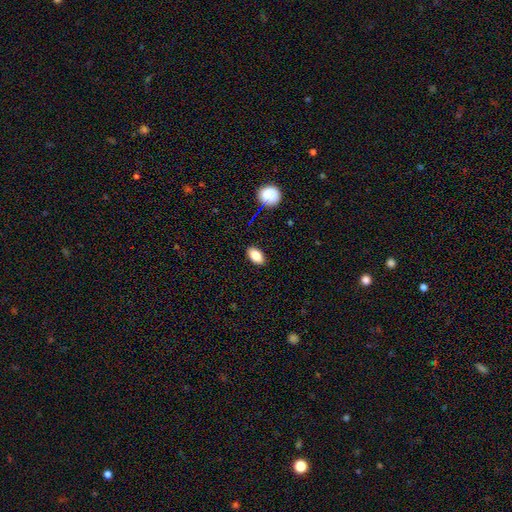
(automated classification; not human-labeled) A smooth galaxy with no disk features (85%) that is in between round and cigar-shaped (90%).

Vote fractions:
- Smooth or featured? smooth: 85% / star or artifact: 9% / featured or disk: 6%
- How rounded? in between: 90% / round: 7% / cigar-shaped: 3%
- Merging? none: 88% / minor disturbance: 8% / major disturbance: 2% / merger: 1%